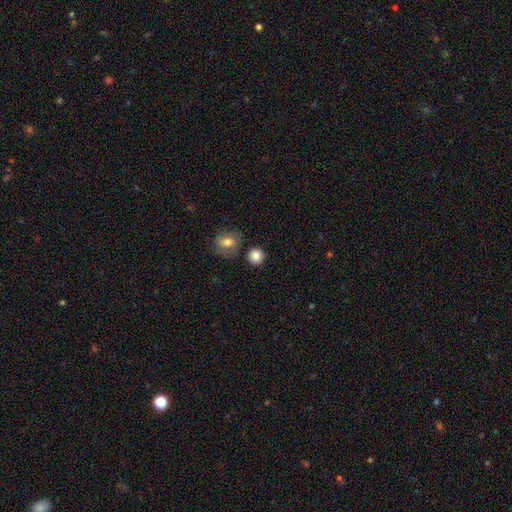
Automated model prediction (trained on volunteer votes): Q: Smooth or featured?
A: smooth (85%); runner-up: star or artifact (10%)
Q: How rounded?
A: round (89%); runner-up: in between (10%)
Q: Merging?
A: none (81%); runner-up: minor disturbance (9%)